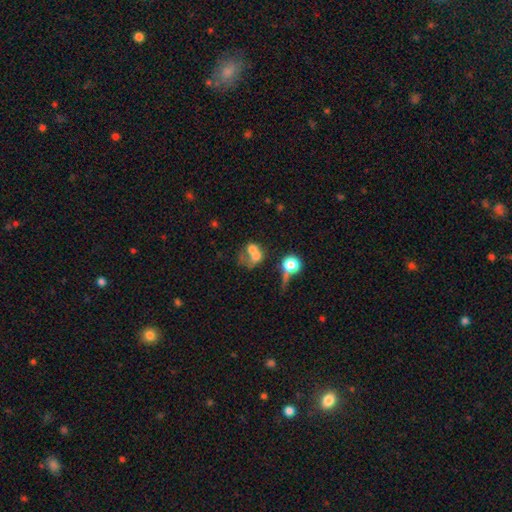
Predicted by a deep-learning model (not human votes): This is possibly a smooth galaxy (54%). How rounded: possibly in between (51%). Merging: possibly merger (57%).